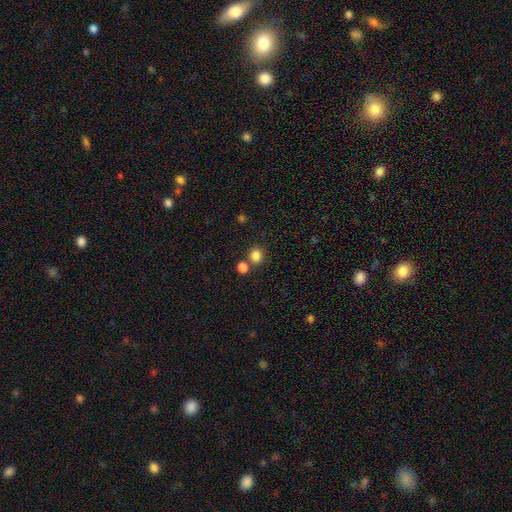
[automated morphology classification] A smooth galaxy with no disk features (84%) that is round (82%). Merging: none (73%).